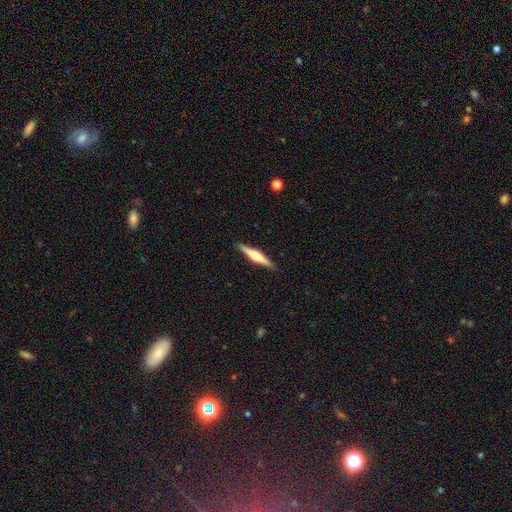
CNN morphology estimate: Smooth or featured: featured or disk — 65% (smooth — 30%)
Edge-on disk: yes — 98% (no — 2%)
Edge-on bulge: rounded — 88% (boxy — 8%)
Merging: none — 91% (minor disturbance — 7%)